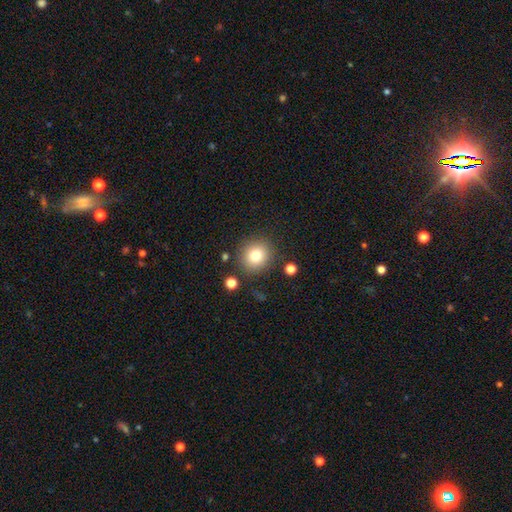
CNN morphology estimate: smooth 79%, star or artifact 11%, featured or disk 9%. Down the decision tree: how rounded — round (88%); merging — none (85%).